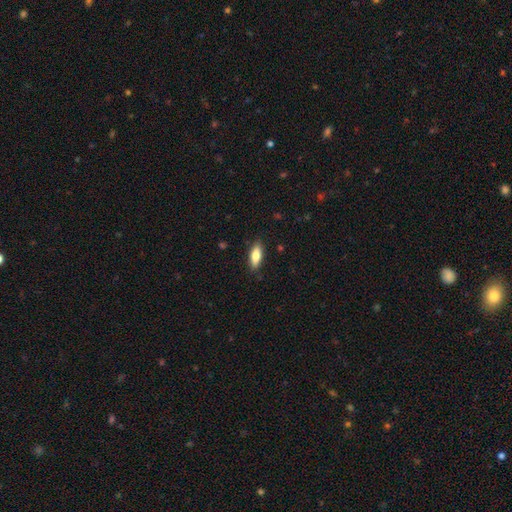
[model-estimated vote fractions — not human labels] Overall: smooth (74%). How rounded: in between (67%; cigar-shaped 30%). Merging: none (87%).